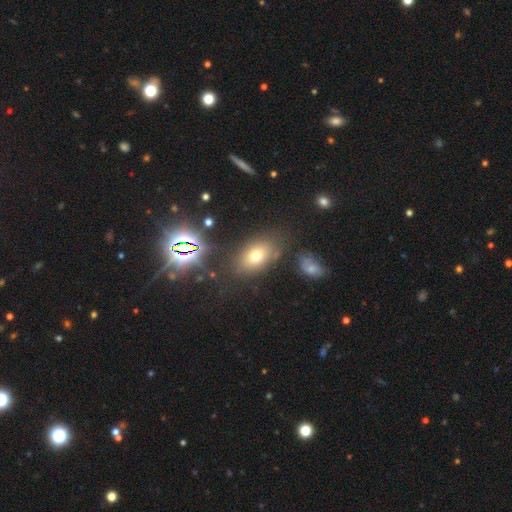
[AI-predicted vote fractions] smooth 67%, star or artifact 18%, featured or disk 15%. Down the decision tree: how rounded — in between (81%); merging — none (75%).